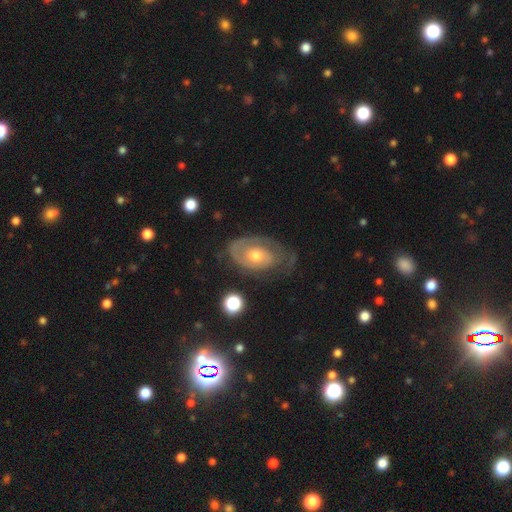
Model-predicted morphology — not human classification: A featured or disk galaxy (80%) with no bar (79%), 1 (35%, tied with 2) tight (64%) spiral arms (88%) and a moderate central bulge (61%).

Vote fractions:
- Smooth or featured? featured or disk: 80% / smooth: 14% / star or artifact: 5%
- Edge-on disk? no: 96% / yes: 4%
- Bar? no: 79% / weak: 18% / strong: 3%
- Spiral arms? yes: 88% / no: 12%
- Spiral winding? tight: 64% / medium: 26% / loose: 9%
- Spiral arm count? 1: 35% (tied) / 2: 35% (tied) / can't tell: 22% / 3: 4% / 4: 2% / more than 4: 2%
- Bulge size? moderate: 61% / small: 32% / large: 4% / none: 1% / dominant: 1%
- Merging? none: 56% / minor disturbance: 24% / major disturbance: 18% / merger: 2%